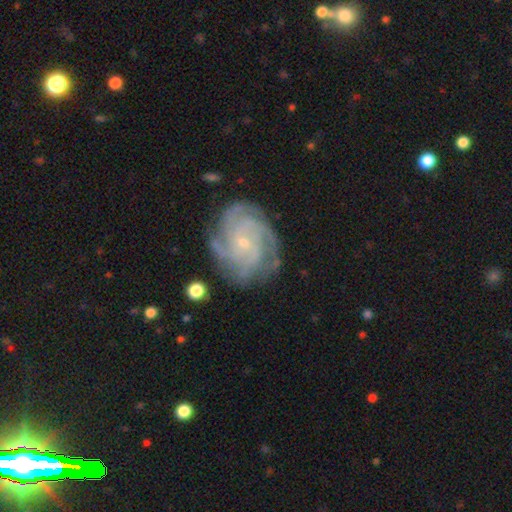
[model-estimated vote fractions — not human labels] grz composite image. It shows a featured or disk galaxy (87%) with no bar (73%), 4 (37%) tight (70%) spiral arms (98%) and a small central bulge (82%). Merging: none (81%).